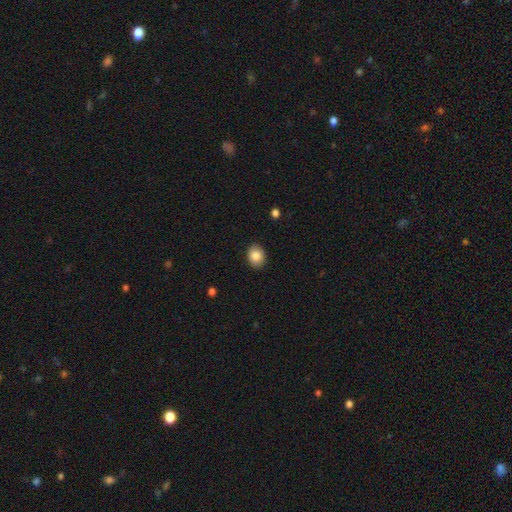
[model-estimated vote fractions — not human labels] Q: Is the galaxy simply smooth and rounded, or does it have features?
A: smooth — 86%.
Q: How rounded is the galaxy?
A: in between — 51%.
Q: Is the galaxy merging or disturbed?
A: none — 88%.